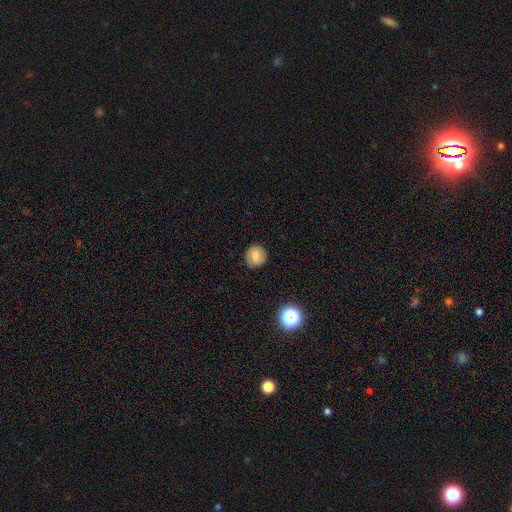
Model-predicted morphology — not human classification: This is likely a smooth galaxy (68%). How rounded: clearly round (84%). Merging: clearly none (83%).